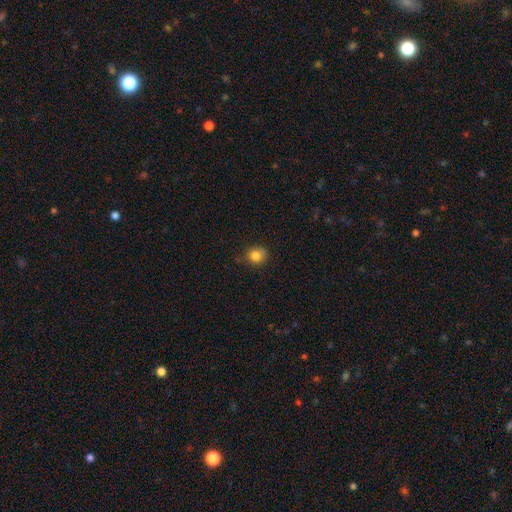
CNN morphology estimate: The model was most divided on "how rounded": round: 72%, in between: 27%, cigar-shaped: 1%. More confident: smooth or featured — smooth (83%); merging — none (73%).